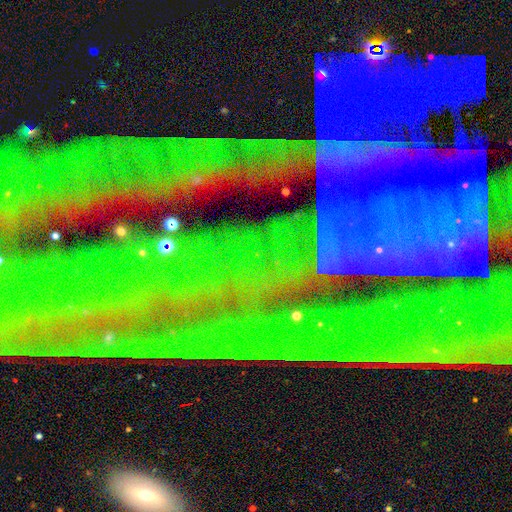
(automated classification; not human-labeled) Smooth or featured?
  - star or artifact: 83% *
  - featured or disk: 10%
  - smooth: 7%